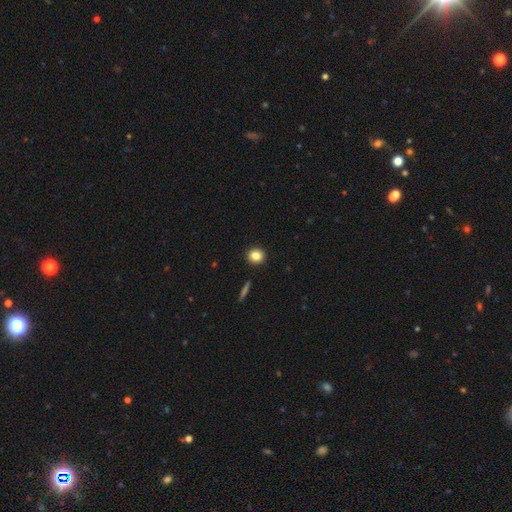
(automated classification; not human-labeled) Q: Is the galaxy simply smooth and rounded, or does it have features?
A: smooth — 85%.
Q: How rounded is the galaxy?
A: round — 84%.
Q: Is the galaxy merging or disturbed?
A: none — 92%.